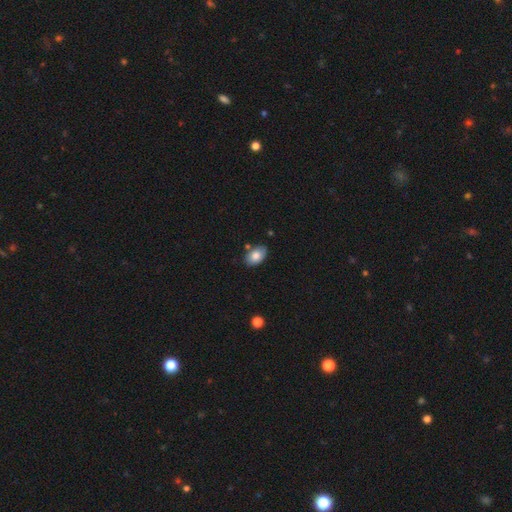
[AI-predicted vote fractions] smooth-or-featured: smooth: 81% | featured or disk: 12% | star or artifact: 7%
  how-rounded: in between: 90% | round: 9% | cigar-shaped: 1%
  merging: none: 77% | minor disturbance: 15% | merger: 5% | major disturbance: 3%